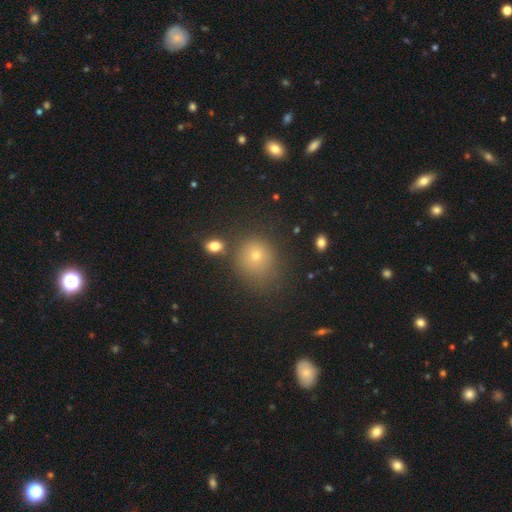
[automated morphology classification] A smooth galaxy with no disk features (66%) that is round (77%).

Vote fractions:
- Smooth or featured? smooth: 66% / star or artifact: 23% / featured or disk: 11%
- How rounded? round: 77% / in between: 22% / cigar-shaped: 1%
- Merging? none: 67% / minor disturbance: 18% / major disturbance: 8% / merger: 7%